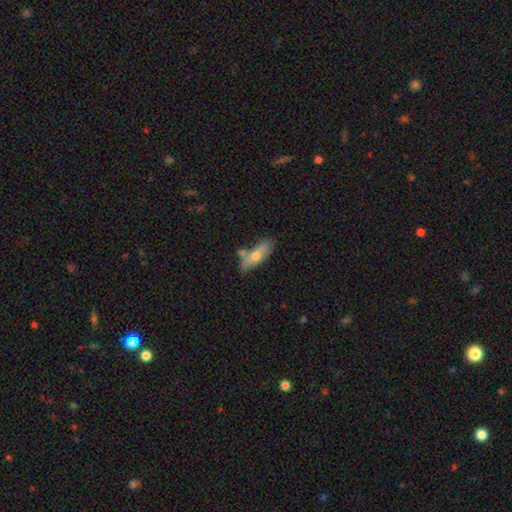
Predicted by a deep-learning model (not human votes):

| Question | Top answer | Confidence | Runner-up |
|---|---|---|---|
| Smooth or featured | smooth | 61% | featured or disk (32%) |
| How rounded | in between | 68% | cigar-shaped (29%) |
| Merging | none | 59% | minor disturbance (19%) |